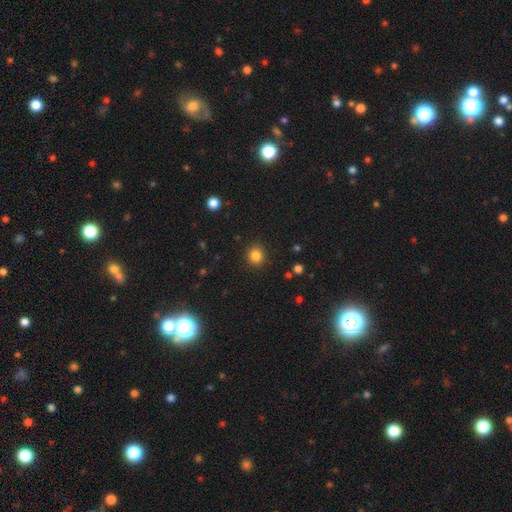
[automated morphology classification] Q: Smooth or featured?
A: smooth (83%); runner-up: star or artifact (12%)
Q: How rounded?
A: round (87%); runner-up: in between (13%)
Q: Merging?
A: none (90%); runner-up: minor disturbance (6%)